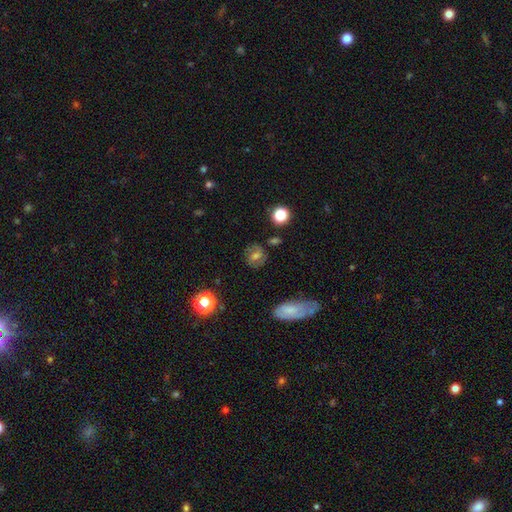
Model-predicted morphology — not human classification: A smooth galaxy with no disk features (45%).

Vote fractions:
- Smooth or featured? smooth: 45% / featured or disk: 42% / star or artifact: 14%
- Merging? none: 77% / minor disturbance: 15% / major disturbance: 5% / merger: 3%